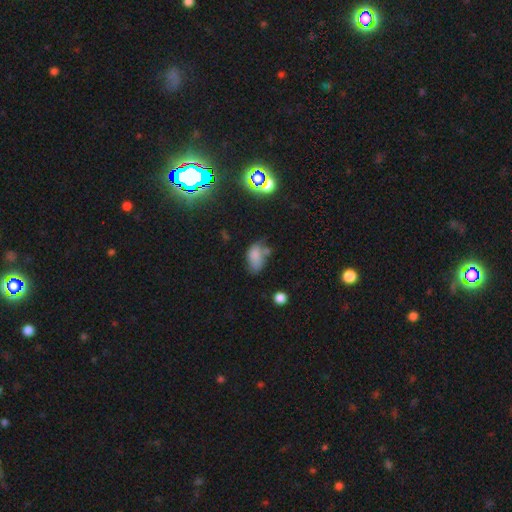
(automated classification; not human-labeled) smooth 70%, star or artifact 16%, featured or disk 15%. Down the decision tree: how rounded — in between (90%); merging — none (39%).